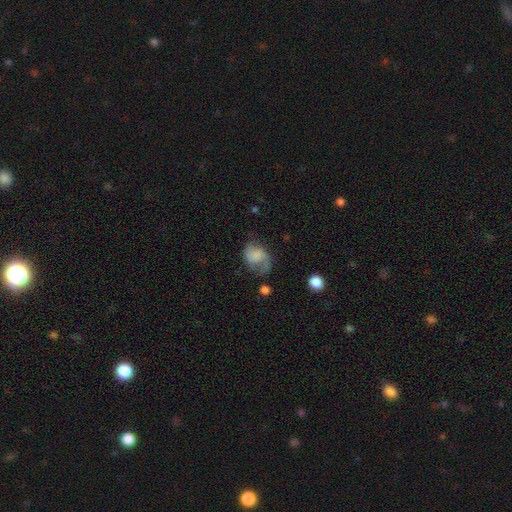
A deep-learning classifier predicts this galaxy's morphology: Smooth or featured? featured or disk (47%)
Merging? none (44%)